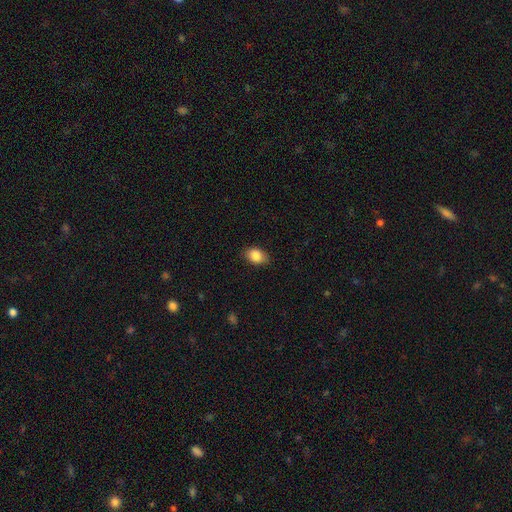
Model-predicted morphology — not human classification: A smooth galaxy with no disk features (87%) that is in between round and cigar-shaped (78%). Merging: none (82%).